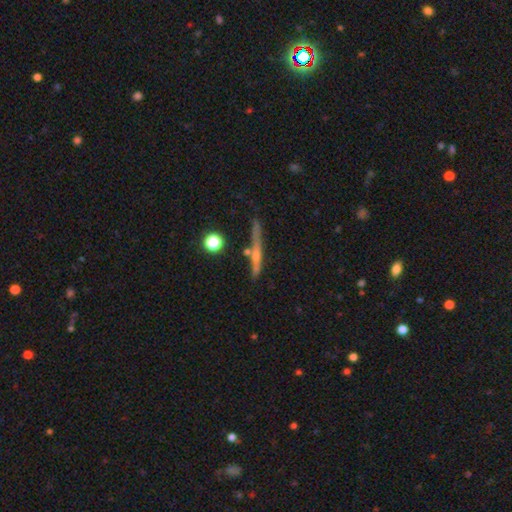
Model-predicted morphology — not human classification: This is possibly a featured or disk galaxy (51%). It is clearly viewed edge-on (91%). Merging: likely none (65%).